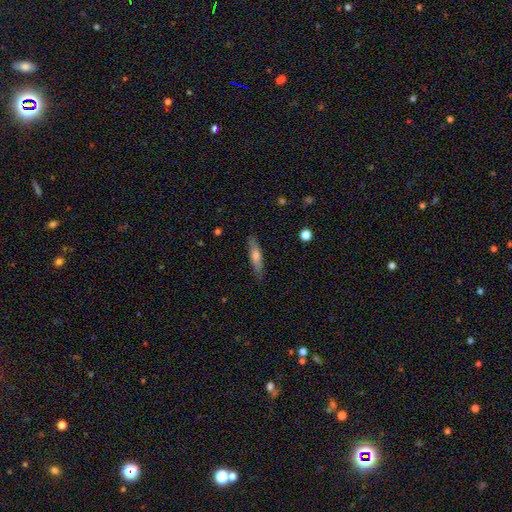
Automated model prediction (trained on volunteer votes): This is likely a smooth galaxy (60%). How rounded: clearly cigar-shaped (80%). Merging: clearly none (85%).